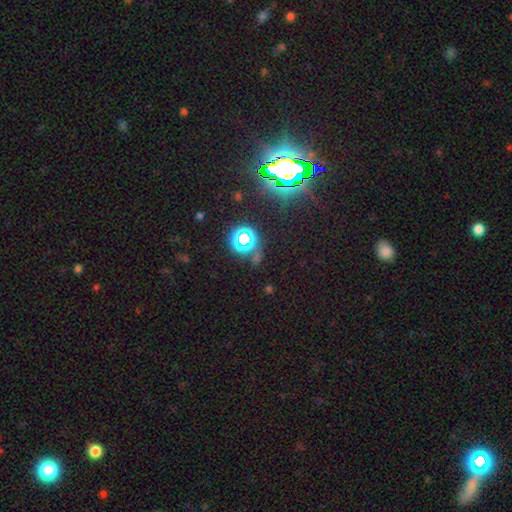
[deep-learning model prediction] This is likely a star or artifact rather than a galaxy (69%).